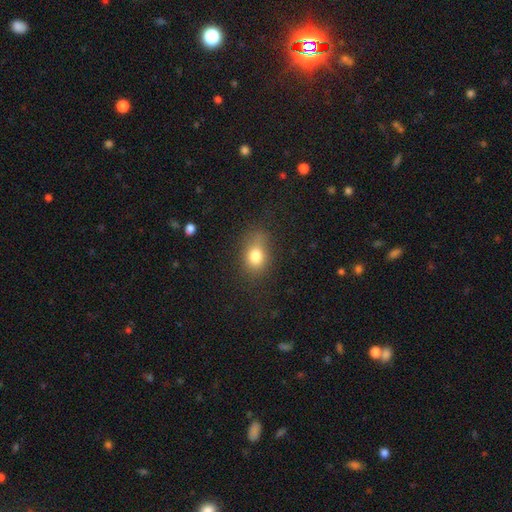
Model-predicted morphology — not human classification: The model was most divided on "how rounded": in between: 64%, round: 34%, cigar-shaped: 2%. More confident: smooth or featured — smooth (79%); merging — none (63%).